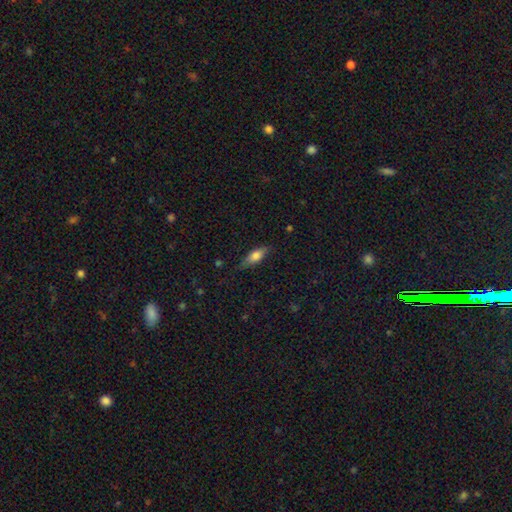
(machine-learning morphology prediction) Smooth or featured: smooth — 71% (featured or disk — 22%)
How rounded: in between — 69% (cigar-shaped — 28%)
Merging: none — 73% (minor disturbance — 21%)